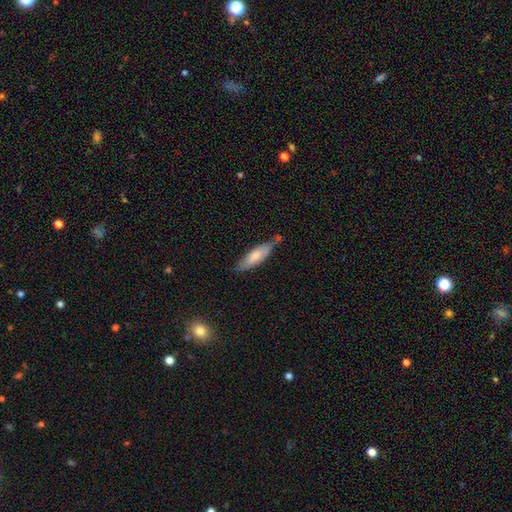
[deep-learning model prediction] The model was most divided on "how rounded": cigar-shaped: 55%, in between: 44%, round: 2%. More confident: smooth or featured — smooth (73%); merging — none (62%).